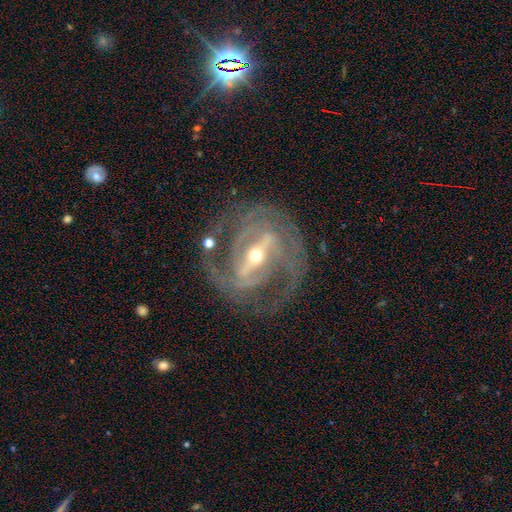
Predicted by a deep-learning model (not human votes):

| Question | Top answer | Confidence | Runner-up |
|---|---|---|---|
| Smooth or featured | featured or disk | 89% | star or artifact (6%) |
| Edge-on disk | no | 94% | yes (6%) |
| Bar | strong | 71% | weak (22%) |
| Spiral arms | yes | 94% | no (6%) |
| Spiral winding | tight | 49% | medium (41%) |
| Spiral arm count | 2 | 61% | 3 (15%) |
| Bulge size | moderate | 49% | small (47%) |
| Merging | none | 70% | minor disturbance (15%) |